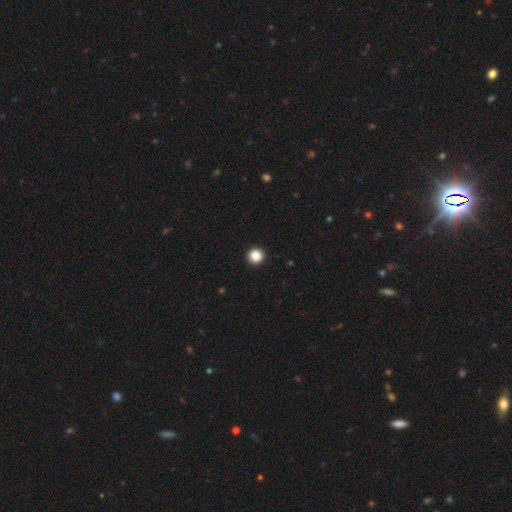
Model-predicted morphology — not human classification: Smooth or featured?
  - smooth: 87% *
  - star or artifact: 10%
  - featured or disk: 3%
How rounded?
  - round: 96% *
  - in between: 3%
  - cigar-shaped: 1%
Merging?
  - none: 94% *
  - minor disturbance: 4%
  - major disturbance: 1%
  - merger: 1%